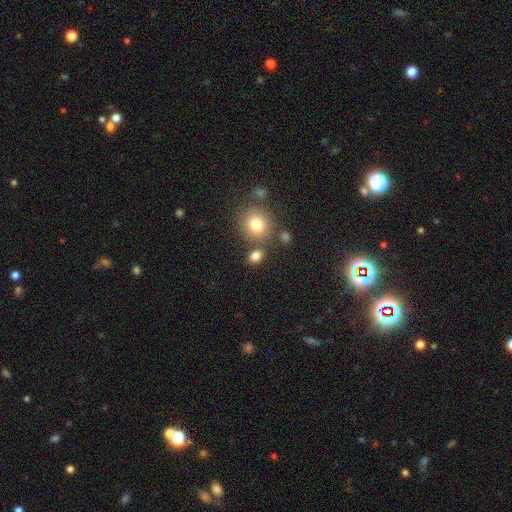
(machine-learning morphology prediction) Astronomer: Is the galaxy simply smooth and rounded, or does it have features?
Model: smooth — 80%.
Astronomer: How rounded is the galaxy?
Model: in between — 53% (runner-up: round, 45%).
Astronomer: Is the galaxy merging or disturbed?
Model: none — 72%.